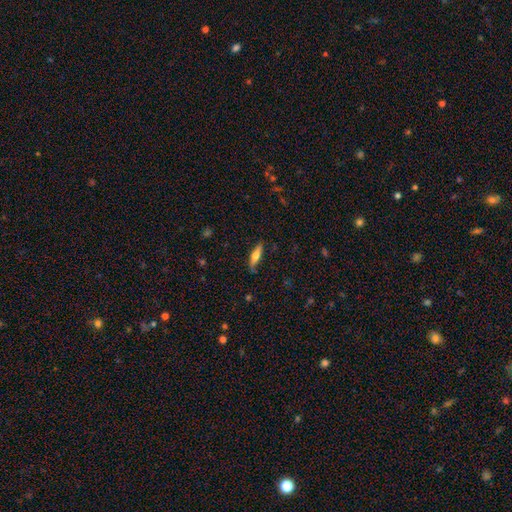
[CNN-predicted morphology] This appears to be a smooth galaxy with no disk features (56%) that is cigar-shaped (70%). Merging: none (83%).